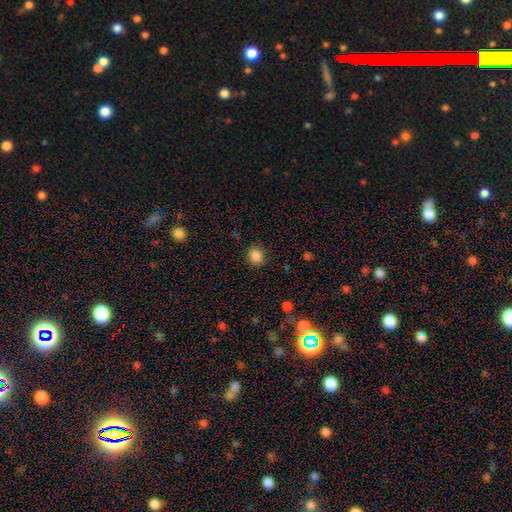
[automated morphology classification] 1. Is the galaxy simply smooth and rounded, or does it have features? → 86% smooth, 11% star or artifact, 4% featured or disk.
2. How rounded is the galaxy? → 63% round, 36% in between, 1% cigar-shaped.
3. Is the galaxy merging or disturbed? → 86% none, 9% minor disturbance, 3% major disturbance, 1% merger.